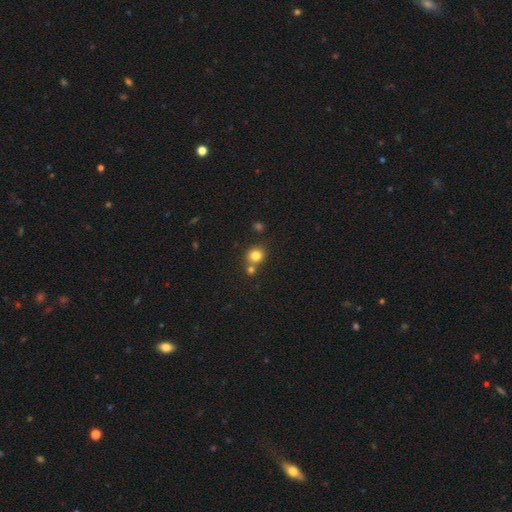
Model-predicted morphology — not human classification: type=smooth (81%); roundness=round (84%); merging=none (64%).